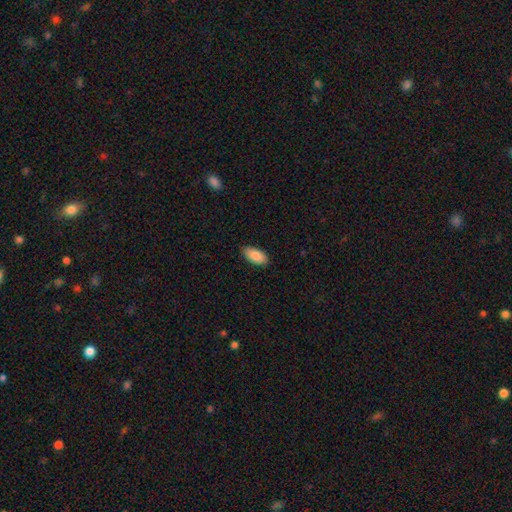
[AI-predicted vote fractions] A smooth galaxy with no disk features (88%) that is in between round and cigar-shaped (93%).

Vote fractions:
- Smooth or featured? smooth: 88% / star or artifact: 6% / featured or disk: 6%
- How rounded? in between: 93% / cigar-shaped: 5% / round: 2%
- Merging? none: 87% / minor disturbance: 10% / major disturbance: 2% / merger: 1%